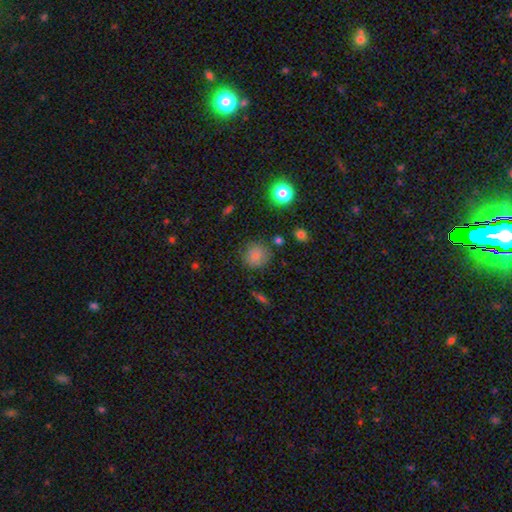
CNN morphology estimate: Q: Smooth or featured?
A: smooth (81%); runner-up: star or artifact (13%)
Q: How rounded?
A: round (87%); runner-up: in between (12%)
Q: Merging?
A: none (79%); runner-up: minor disturbance (14%)